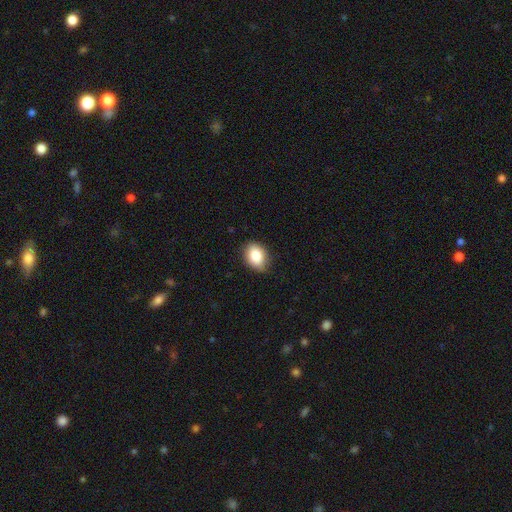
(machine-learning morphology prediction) A smooth galaxy with no disk features (84%) that is in between round and cigar-shaped (75%).

Vote fractions:
- Smooth or featured? smooth: 84% / featured or disk: 8% / star or artifact: 8%
- How rounded? in between: 75% / round: 23% / cigar-shaped: 1%
- Merging? none: 81% / minor disturbance: 16% / major disturbance: 3% / merger: 1%